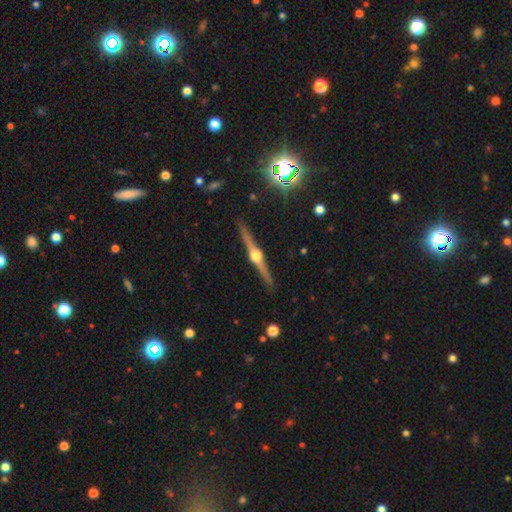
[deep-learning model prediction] This appears to be a featured or disk galaxy (87%) viewed edge-on (98%) with a rounded central bulge (96%). Merging: none (91%).